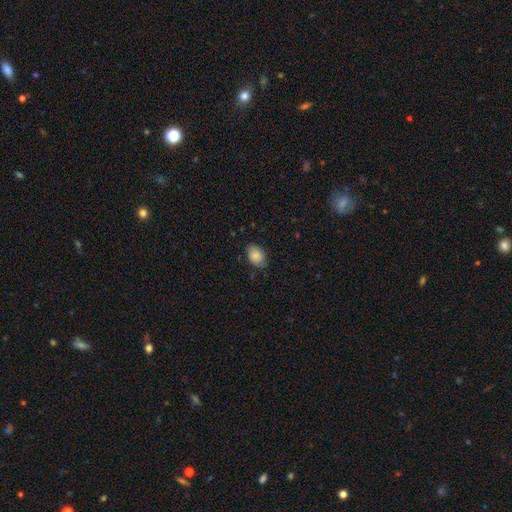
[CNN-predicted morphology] smooth 85%, star or artifact 8%, featured or disk 7%. Down the decision tree: how rounded — in between (82%); merging — none (77%).